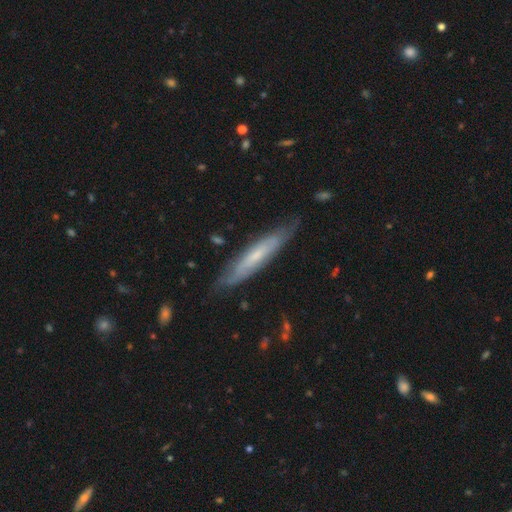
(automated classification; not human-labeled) This appears to be a featured or disk galaxy (55%) viewed edge-on (61%). Merging: none (76%).